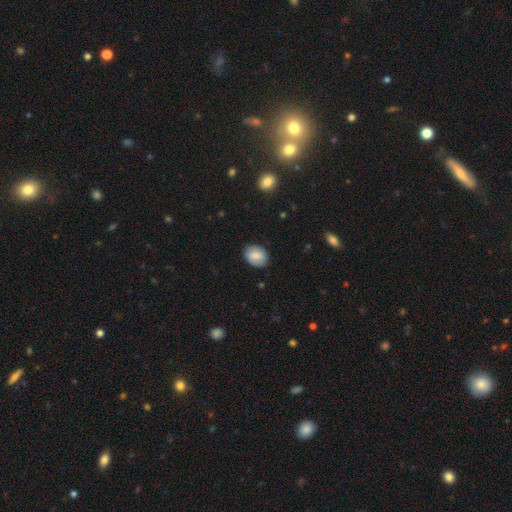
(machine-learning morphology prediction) smooth_or_featured: smooth (p=0.83) [alt: featured or disk p=0.10]
how_rounded: in between (p=0.59) [alt: round p=0.40]
merging: none (p=0.86) [alt: minor disturbance p=0.11]